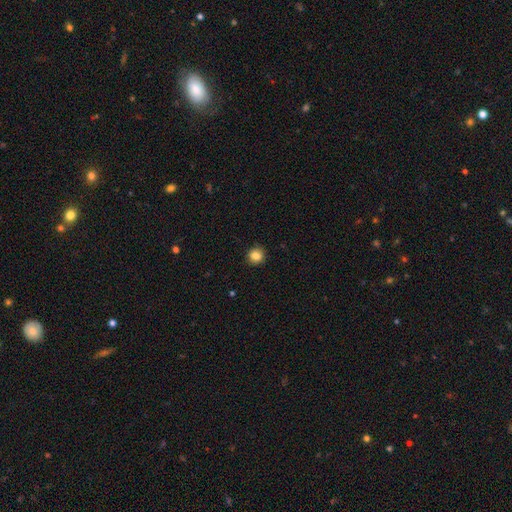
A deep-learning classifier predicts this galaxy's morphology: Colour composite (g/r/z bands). It shows a smooth galaxy with no disk features (85%) that is round (91%). Merging: none (90%).